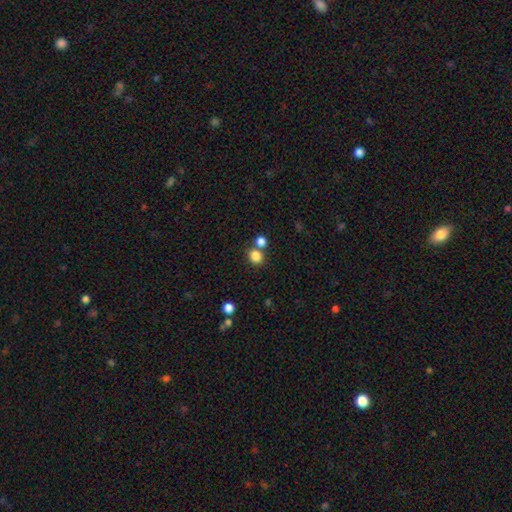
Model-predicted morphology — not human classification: smooth_or_featured: smooth (p=0.83) [alt: star or artifact p=0.12]
how_rounded: round (p=0.69) [alt: in between p=0.30]
merging: none (p=0.63) [alt: merger p=0.26]